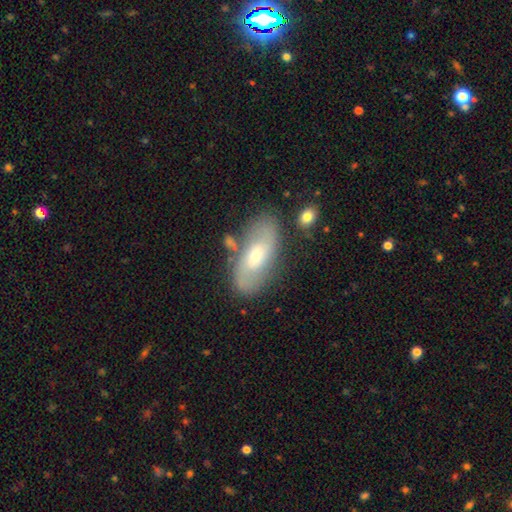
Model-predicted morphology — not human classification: The model was most divided on "bar": no: 50%, weak: 39%, strong: 11%. More confident: edge-on disk — no (89%); spiral arms — yes (79%); merging — none (71%); smooth or featured — featured or disk (57%); bulge size — moderate (55%).